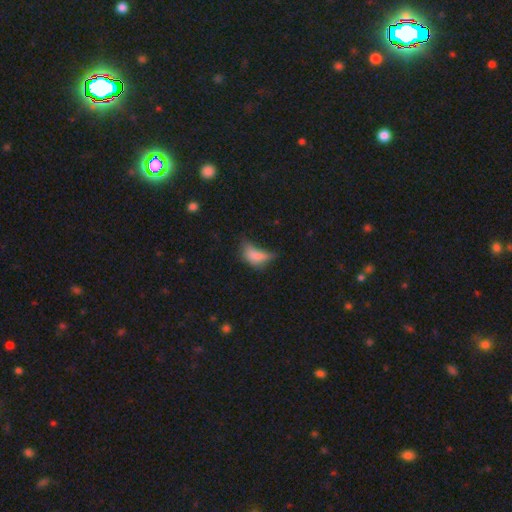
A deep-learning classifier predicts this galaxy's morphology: Smooth or featured? Predicted: smooth (p=0.69). How rounded? Predicted: in between (p=0.83). Merging? Predicted: major disturbance (p=0.41).